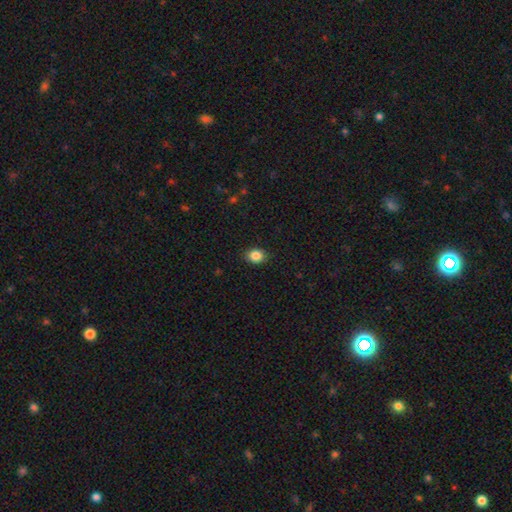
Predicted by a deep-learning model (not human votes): smooth-or-featured: smooth: 86% | star or artifact: 10% | featured or disk: 4%
  how-rounded: in between: 50% | round: 49% | cigar-shaped: 1%
  merging: none: 89% | minor disturbance: 8% | major disturbance: 2% | merger: 1%